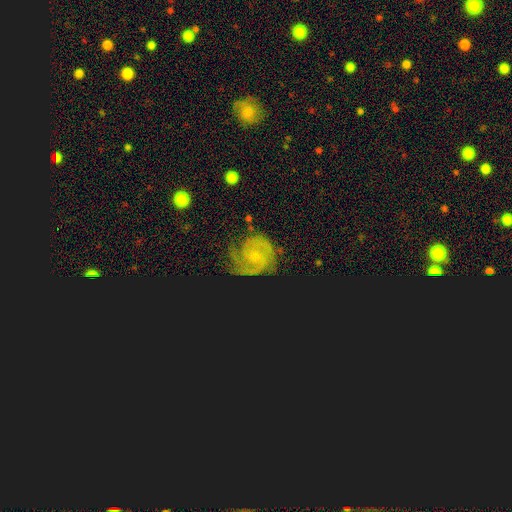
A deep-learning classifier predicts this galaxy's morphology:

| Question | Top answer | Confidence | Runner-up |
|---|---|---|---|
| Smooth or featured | featured or disk | 74% | star or artifact (15%) |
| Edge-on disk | no | 98% | yes (2%) |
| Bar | no | 71% | weak (23%) |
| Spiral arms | yes | 96% | no (4%) |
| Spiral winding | tight | 58% | medium (34%) |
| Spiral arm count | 2 | 39% | 3 (20%) |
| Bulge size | small | 73% | moderate (21%) |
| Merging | none | 67% | minor disturbance (21%) |